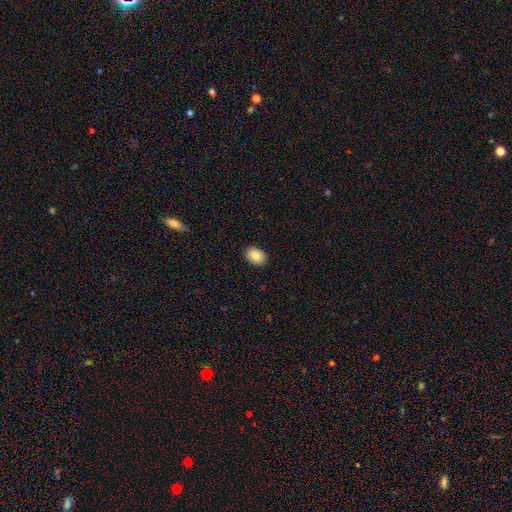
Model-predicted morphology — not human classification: smooth_or_featured: smooth (p=0.86) [alt: star or artifact p=0.07]
how_rounded: in between (p=0.84) [alt: round p=0.15]
merging: none (p=0.90) [alt: minor disturbance p=0.07]